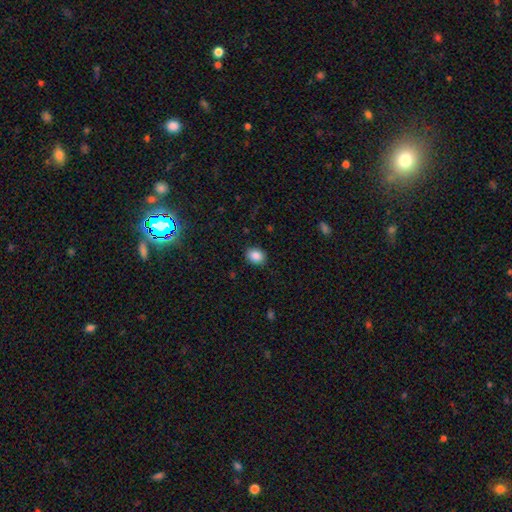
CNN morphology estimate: smooth 88%, star or artifact 9%, featured or disk 4%. Down the decision tree: how rounded — in between (54%); merging — none (88%).